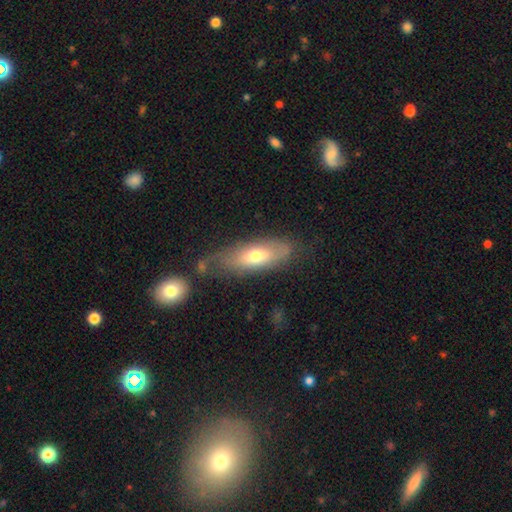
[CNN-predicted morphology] Overall: smooth (60%; featured or disk 33%). How rounded: in between (68%; cigar-shaped 29%). Merging: none (58%; minor disturbance 25%).